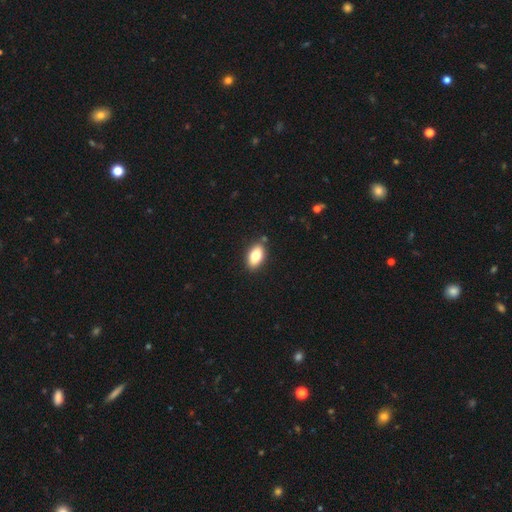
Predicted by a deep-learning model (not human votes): smooth 79%, featured or disk 13%, star or artifact 8%. Down the decision tree: how rounded — in between (91%); merging — none (86%).